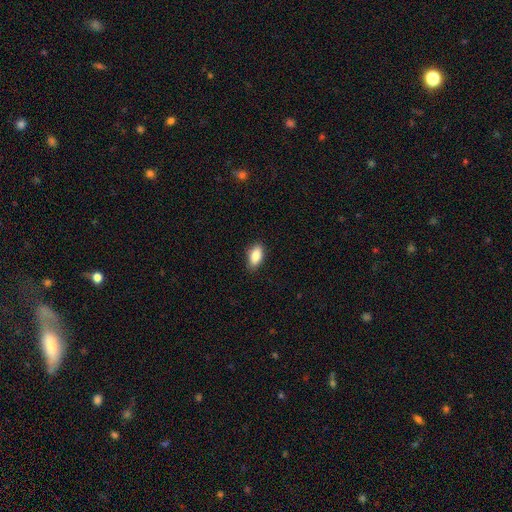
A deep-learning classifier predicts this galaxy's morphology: smooth 86%, featured or disk 7%, star or artifact 7%. Down the decision tree: how rounded — in between (91%); merging — none (87%).